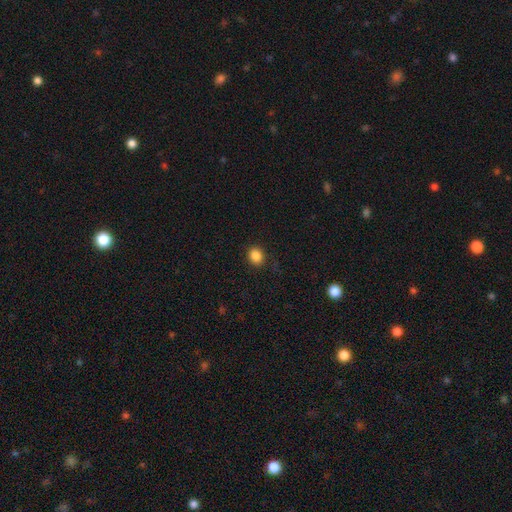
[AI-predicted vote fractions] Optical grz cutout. It shows a smooth galaxy with no disk features (86%) that is round (69%). Merging: none (86%).